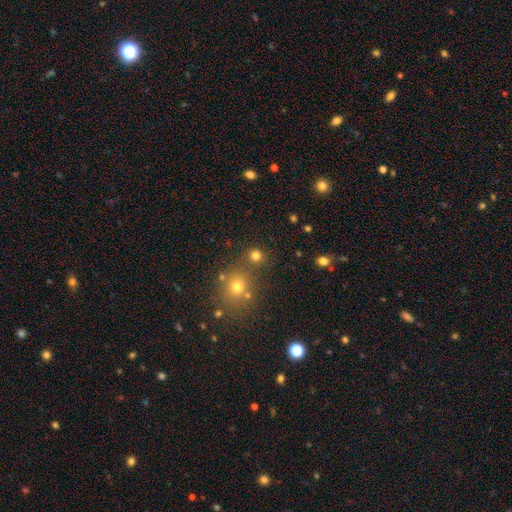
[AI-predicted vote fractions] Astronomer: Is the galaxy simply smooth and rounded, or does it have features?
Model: smooth — 77%.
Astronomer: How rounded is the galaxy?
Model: round — 89%.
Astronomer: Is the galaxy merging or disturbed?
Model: none — 75%.